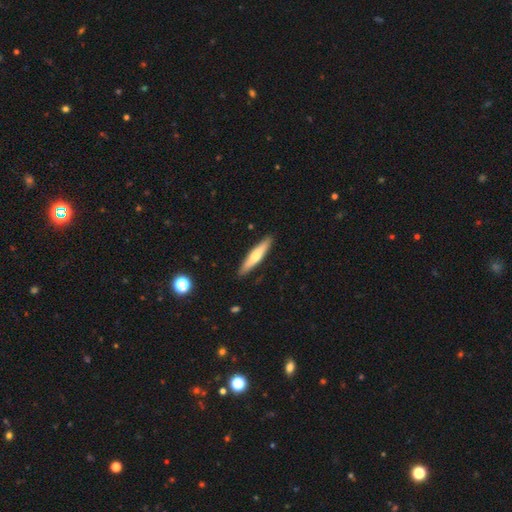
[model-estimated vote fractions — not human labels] smooth-or-featured: smooth: 56% | featured or disk: 38% | star or artifact: 5%
  how-rounded: cigar-shaped: 88% | in between: 11% | round: 1%
  merging: none: 90% | minor disturbance: 7% | major disturbance: 1% | merger: 1%